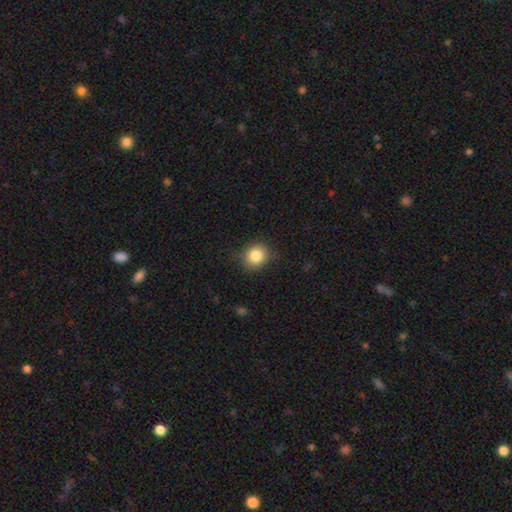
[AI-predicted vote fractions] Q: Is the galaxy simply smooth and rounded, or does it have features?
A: smooth — 84%.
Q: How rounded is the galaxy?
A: round — 81%.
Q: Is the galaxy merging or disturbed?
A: none — 83%.